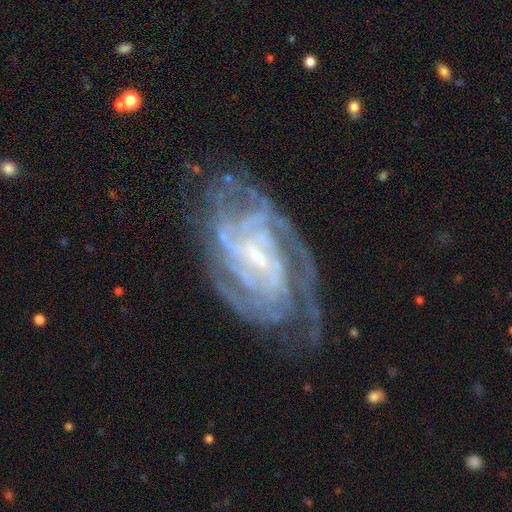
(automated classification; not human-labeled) This is clearly a featured or disk galaxy (88%). It is clearly not viewed edge-on (96%). Bar: possibly weak (49%). Spiral arm pattern: clearly yes (96%). Spiral arm count: marginally can't tell (31%). Spiral winding: likely tight (62%). Central bulge: likely small (65%). Merging: likely none (66%).